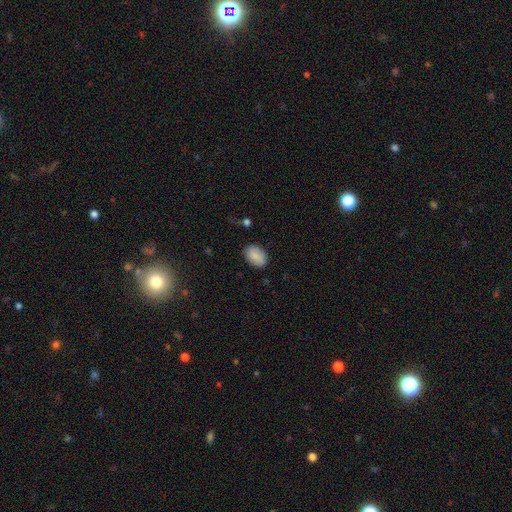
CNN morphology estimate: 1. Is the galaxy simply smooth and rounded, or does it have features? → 88% smooth, 7% star or artifact, 5% featured or disk.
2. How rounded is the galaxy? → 86% in between, 13% round, 1% cigar-shaped.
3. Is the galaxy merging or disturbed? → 84% none, 12% minor disturbance, 3% major disturbance, 1% merger.